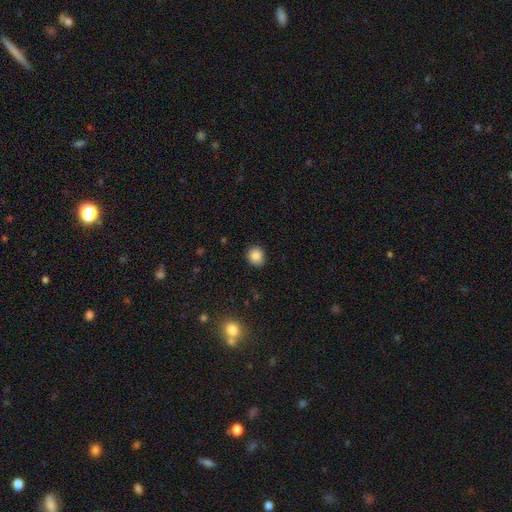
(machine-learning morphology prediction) This is clearly a smooth galaxy (86%). How rounded: likely round (77%). Merging: clearly none (87%).